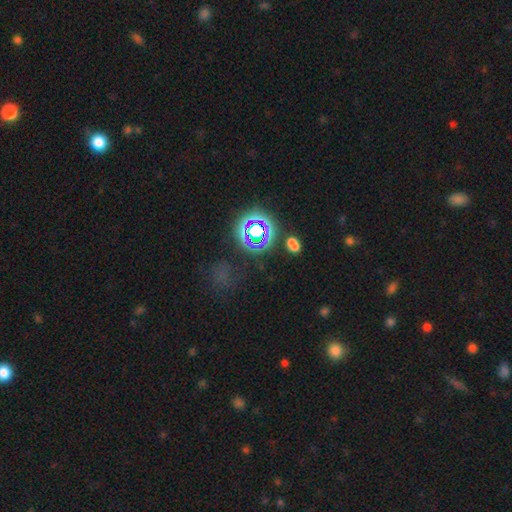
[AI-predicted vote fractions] This is possibly a star or artifact rather than a galaxy (49%).